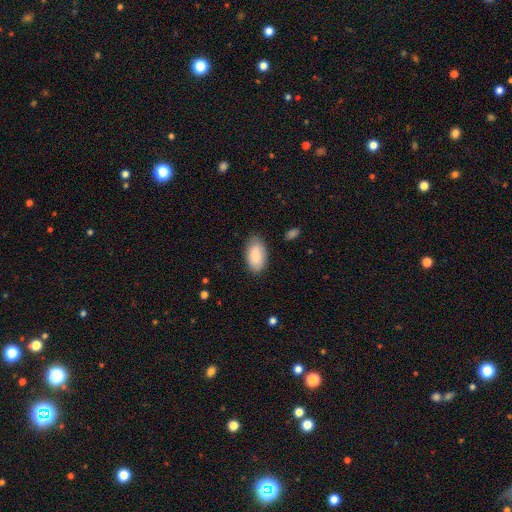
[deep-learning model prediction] A smooth galaxy with no disk features (88%) that is in between round and cigar-shaped (95%).

Vote fractions:
- Smooth or featured? smooth: 88% / featured or disk: 7% / star or artifact: 6%
- How rounded? in between: 95% / round: 3% / cigar-shaped: 2%
- Merging? none: 81% / minor disturbance: 15% / major disturbance: 3% / merger: 1%